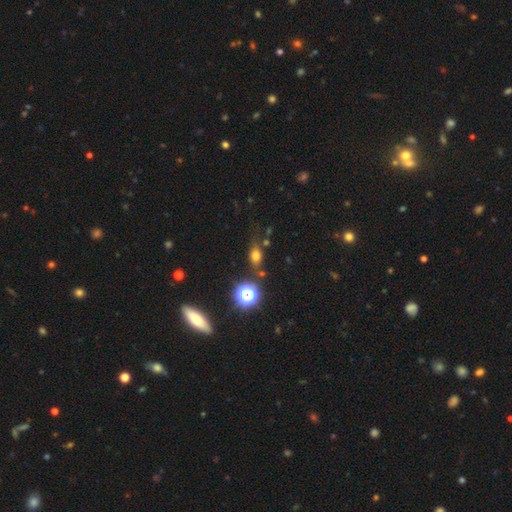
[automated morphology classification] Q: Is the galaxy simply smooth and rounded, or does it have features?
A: smooth — 70%.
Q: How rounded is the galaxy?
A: in between — 64%.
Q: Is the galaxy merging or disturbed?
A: none — 71%.